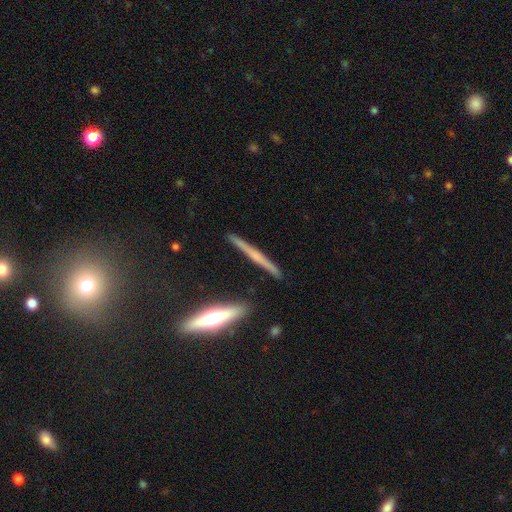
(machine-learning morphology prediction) smooth-or-featured: featured or disk: 65% | smooth: 29% | star or artifact: 7%
  disk-edge-on: yes: 98% | no: 2%
    edge-on-bulge: rounded: 49% | none: 41% | boxy: 9%
  merging: none: 88% | minor disturbance: 8% | merger: 2% | major disturbance: 2%